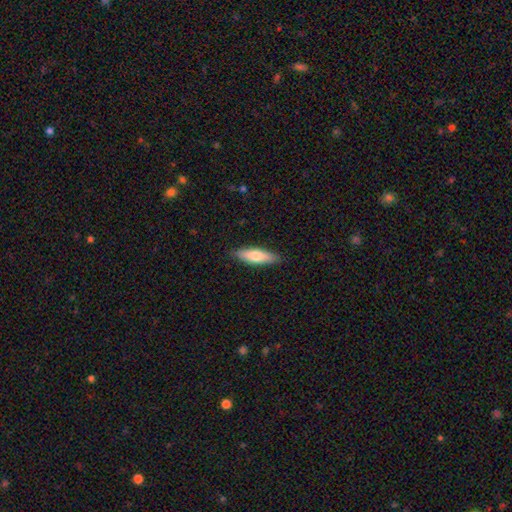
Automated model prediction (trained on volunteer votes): Smooth or featured?
  - smooth: 69% *
  - featured or disk: 25%
  - star or artifact: 6%
How rounded?
  - cigar-shaped: 55% *
  - in between: 43%
  - round: 2%
Merging?
  - none: 87% *
  - minor disturbance: 10%
  - major disturbance: 2%
  - merger: 1%